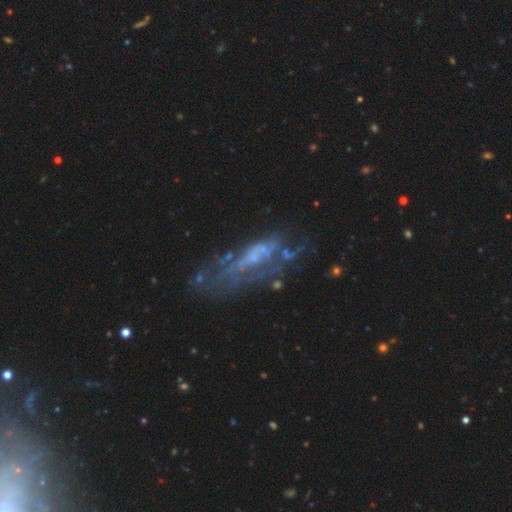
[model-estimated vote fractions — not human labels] smooth-or-featured: featured or disk: 66% | smooth: 20% | star or artifact: 15%
  disk-edge-on: no: 84% | yes: 16%
    bar: no: 72% | weak: 21% | strong: 7%
    has-spiral-arms: no: 69% | yes: 31%
    bulge-size: none: 41% | small: 40% | moderate: 16% | large: 2% | dominant: 1%
  merging: none: 44% | major disturbance: 27% | minor disturbance: 21% | merger: 7%